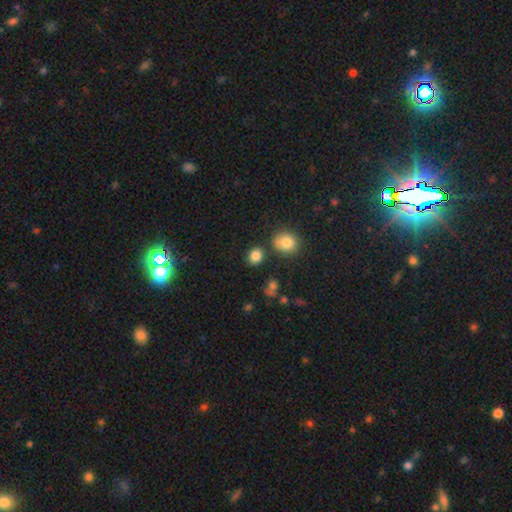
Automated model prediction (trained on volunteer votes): smooth_or_featured: smooth (p=0.84) [alt: star or artifact p=0.11]
how_rounded: round (p=0.68) [alt: in between p=0.31]
merging: none (p=0.80) [alt: minor disturbance p=0.10]